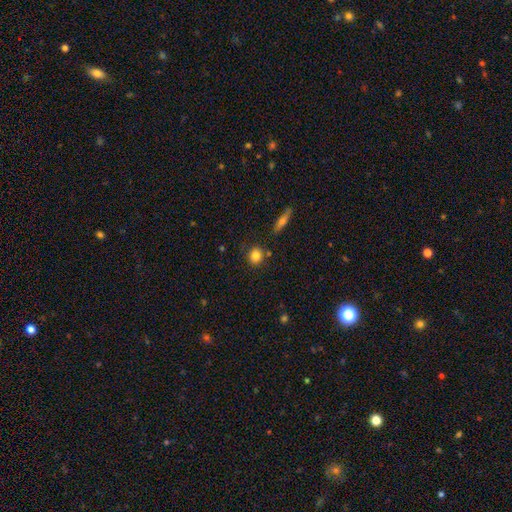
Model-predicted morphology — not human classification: Smooth or featured?
  - smooth: 84% *
  - star or artifact: 9%
  - featured or disk: 7%
How rounded?
  - round: 82% *
  - in between: 17%
  - cigar-shaped: 2%
Merging?
  - none: 81% *
  - minor disturbance: 10%
  - merger: 6%
  - major disturbance: 3%